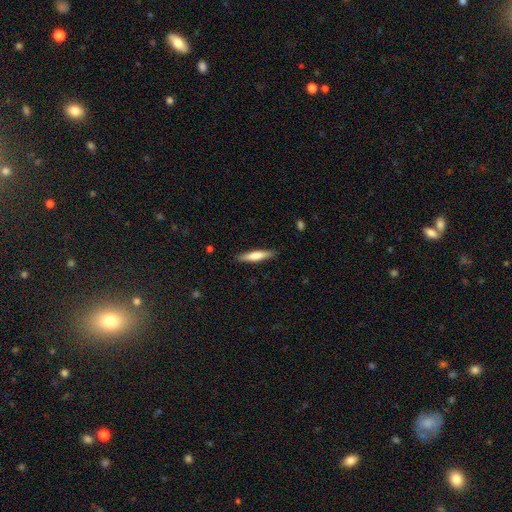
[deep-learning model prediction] This is likely a smooth galaxy (70%). How rounded: clearly cigar-shaped (84%). Merging: clearly none (89%).